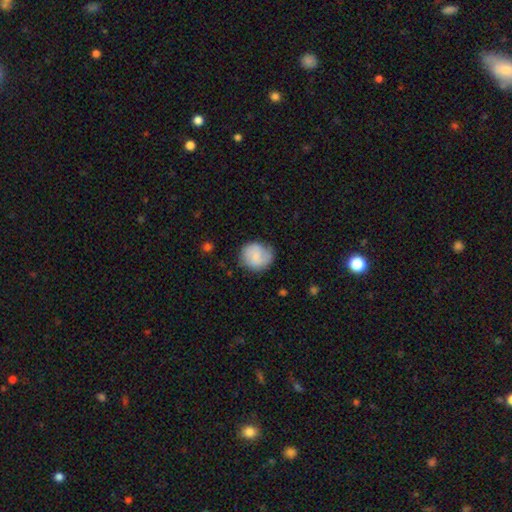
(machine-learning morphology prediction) A smooth galaxy with no disk features (73%) that is round (80%).

Vote fractions:
- Smooth or featured? smooth: 73% / featured or disk: 20% / star or artifact: 7%
- How rounded? round: 80% / in between: 19% / cigar-shaped: 1%
- Merging? none: 70% / minor disturbance: 22% / major disturbance: 6% / merger: 2%